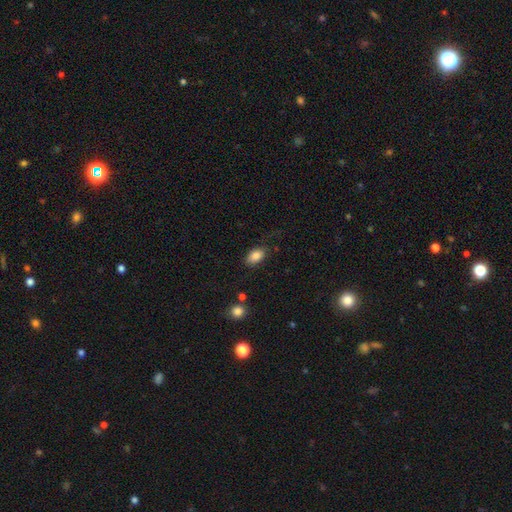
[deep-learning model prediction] smooth-or-featured: smooth: 85% | star or artifact: 8% | featured or disk: 8%
  how-rounded: in between: 89% | round: 9% | cigar-shaped: 2%
  merging: none: 76% | minor disturbance: 17% | major disturbance: 5% | merger: 2%